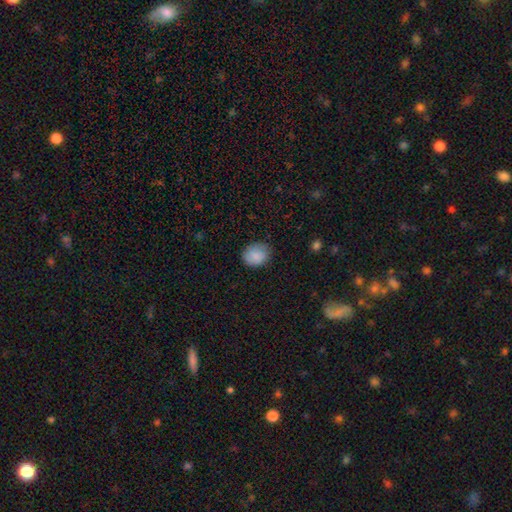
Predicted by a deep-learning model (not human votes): Q: Smooth or featured?
A: smooth (88%); runner-up: star or artifact (8%)
Q: How rounded?
A: round (53%); runner-up: in between (46%)
Q: Merging?
A: none (79%); runner-up: minor disturbance (17%)